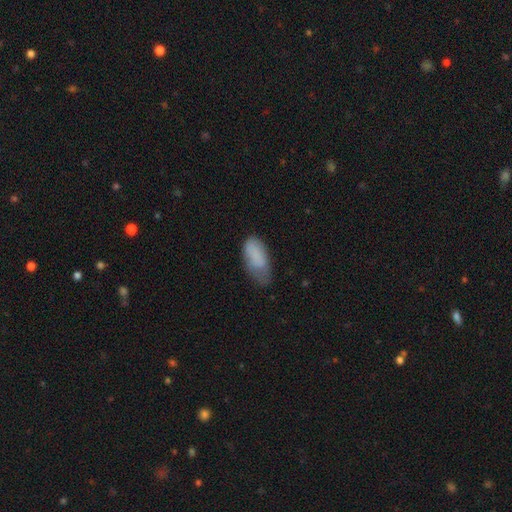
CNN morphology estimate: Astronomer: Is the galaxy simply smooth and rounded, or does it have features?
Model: smooth — 81%.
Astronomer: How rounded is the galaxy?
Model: in between — 90%.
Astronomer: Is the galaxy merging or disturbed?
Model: minor disturbance — 41% (runner-up: none, 40%).